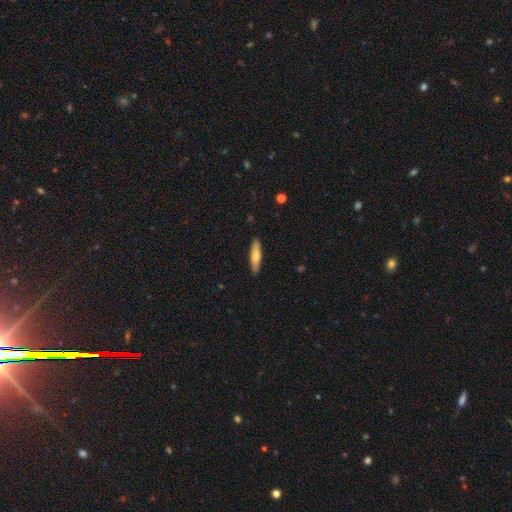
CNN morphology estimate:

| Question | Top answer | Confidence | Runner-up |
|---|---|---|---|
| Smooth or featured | smooth | 68% | featured or disk (26%) |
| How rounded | cigar-shaped | 79% | in between (19%) |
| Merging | none | 90% | minor disturbance (8%) |